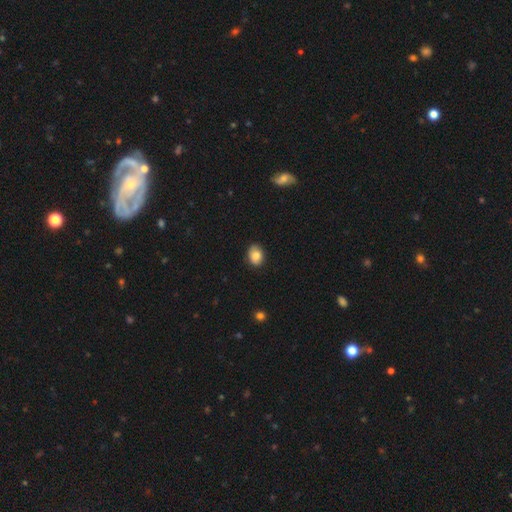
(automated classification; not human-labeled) Morphology: type=smooth (83%); roundness=in between (64%); merging=none (83%).